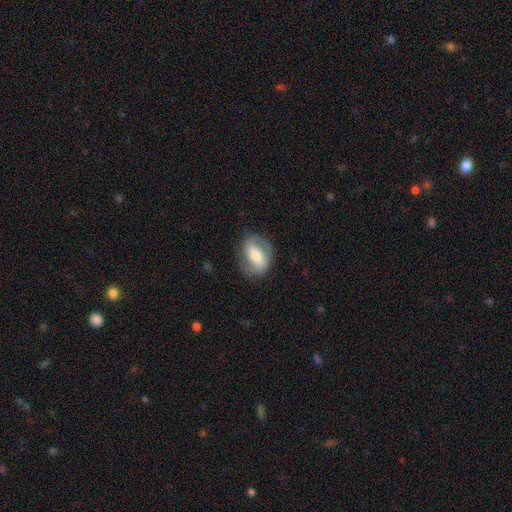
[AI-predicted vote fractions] smooth-or-featured: featured or disk: 64% | smooth: 29% | star or artifact: 6%
  disk-edge-on: no: 93% | yes: 7%
    bar: strong: 44% | weak: 32% | no: 24%
    has-spiral-arms: yes: 75% | no: 25%
    bulge-size: moderate: 61% | small: 28% | large: 7% | none: 1% | dominant: 1%
  merging: none: 79% | minor disturbance: 14% | major disturbance: 6% | merger: 1%